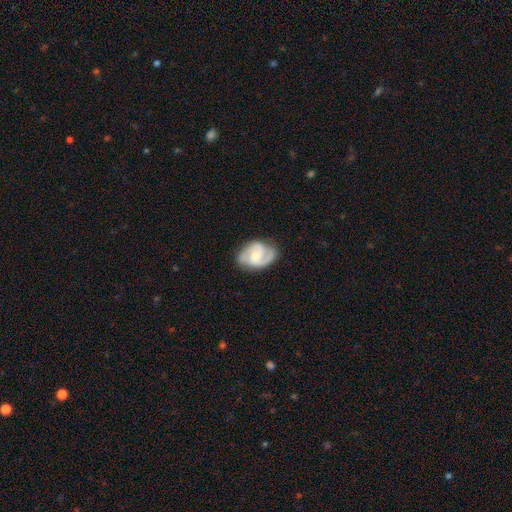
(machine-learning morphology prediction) A featured or disk galaxy (82%) with no bar (46%), 2 (85%) medium (53%) spiral arms (96%) and a moderate central bulge (50%).

Vote fractions:
- Smooth or featured? featured or disk: 82% / smooth: 13% / star or artifact: 5%
- Edge-on disk? no: 97% / yes: 3%
- Bar? no: 46% / weak: 44% / strong: 10%
- Spiral arms? yes: 96% / no: 4%
- Spiral winding? medium: 53% / tight: 31% / loose: 16%
- Spiral arm count? 2: 85% / can't tell: 5% / 3: 5% / 1: 3% / 4: 1% / more than 4: 1%
- Bulge size? moderate: 50% / small: 42% / large: 4% / none: 3% / dominant: 1%
- Merging? none: 76% / minor disturbance: 18% / major disturbance: 5% / merger: 1%